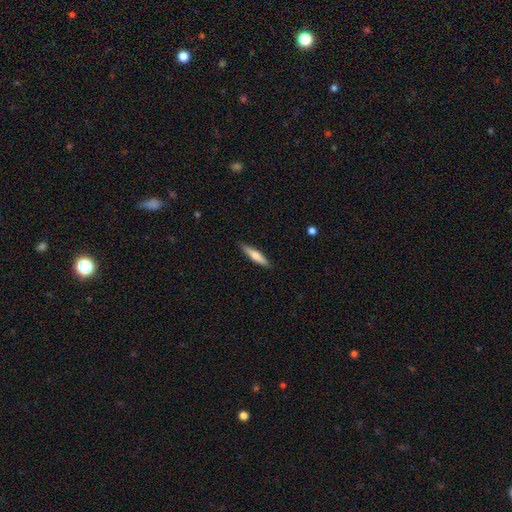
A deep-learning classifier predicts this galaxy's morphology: Smooth or featured? smooth (59%)
How rounded? cigar-shaped (86%)
Merging? none (89%)